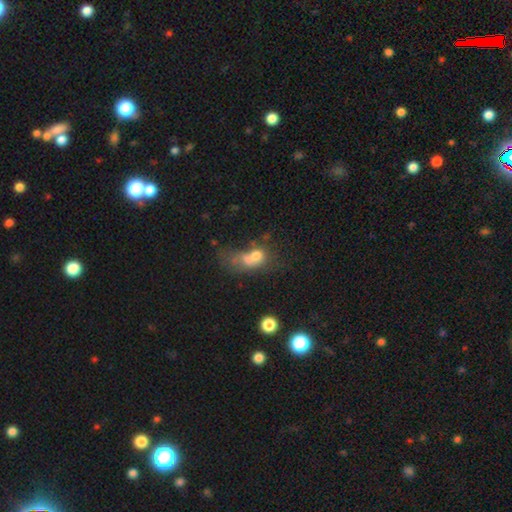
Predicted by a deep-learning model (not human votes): This is possibly a smooth galaxy (56%). How rounded: possibly in between (48%). Merging: marginally merger (44%).